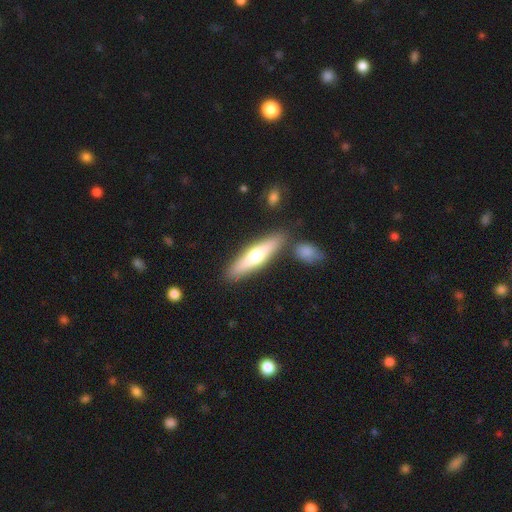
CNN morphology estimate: smooth-or-featured: smooth: 54% | featured or disk: 41% | star or artifact: 5%
  how-rounded: cigar-shaped: 77% | in between: 21% | round: 2%
  merging: none: 80% | minor disturbance: 10% | merger: 8% | major disturbance: 2%